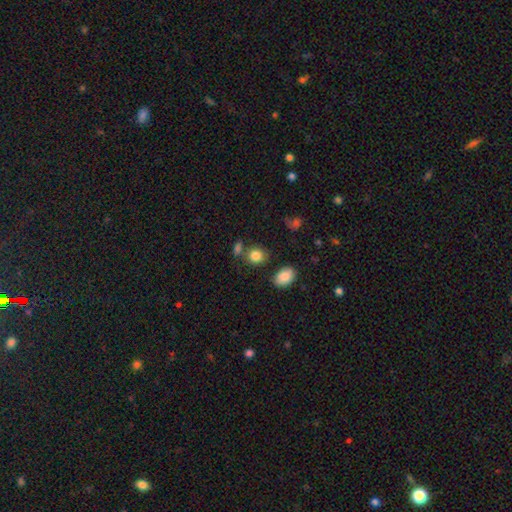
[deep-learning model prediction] This is clearly a smooth galaxy (84%). How rounded: likely round (68%). Merging: likely none (69%).